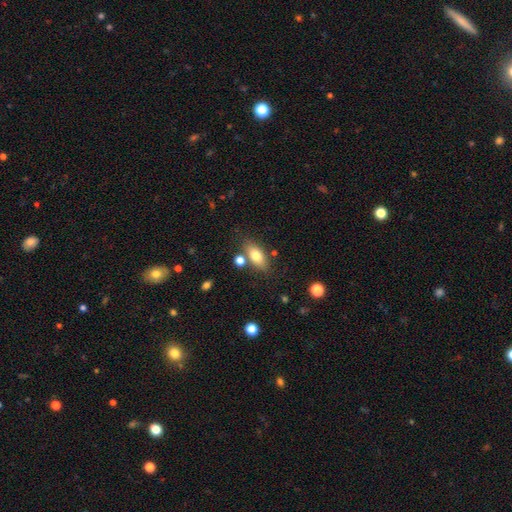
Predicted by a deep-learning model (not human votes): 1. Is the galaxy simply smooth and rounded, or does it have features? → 76% smooth, 16% featured or disk, 8% star or artifact.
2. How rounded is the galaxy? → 84% in between, 10% cigar-shaped, 6% round.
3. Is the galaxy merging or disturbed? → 73% none, 13% minor disturbance, 10% merger, 4% major disturbance.